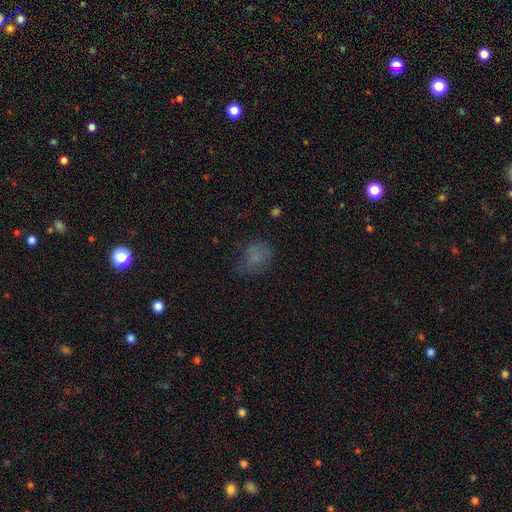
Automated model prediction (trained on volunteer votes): smooth-or-featured: smooth: 66% | star or artifact: 17% | featured or disk: 17%
  how-rounded: in between: 57% | round: 42% | cigar-shaped: 1%
  merging: none: 50% | minor disturbance: 27% | major disturbance: 21% | merger: 2%